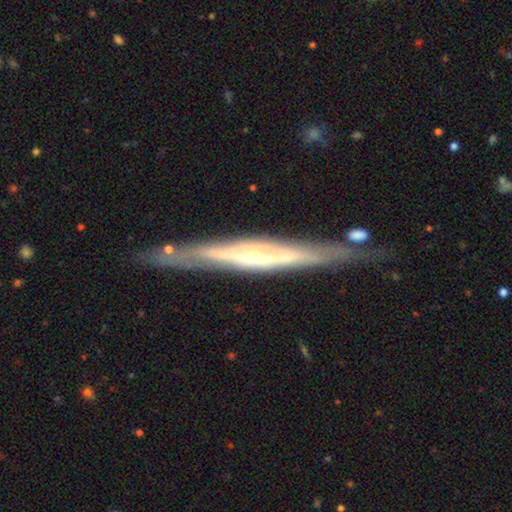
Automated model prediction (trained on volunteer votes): This is clearly a featured or disk galaxy (81%). It is clearly viewed edge-on (90%). Edge-on bulge: possibly rounded (59%). Merging: clearly none (80%).